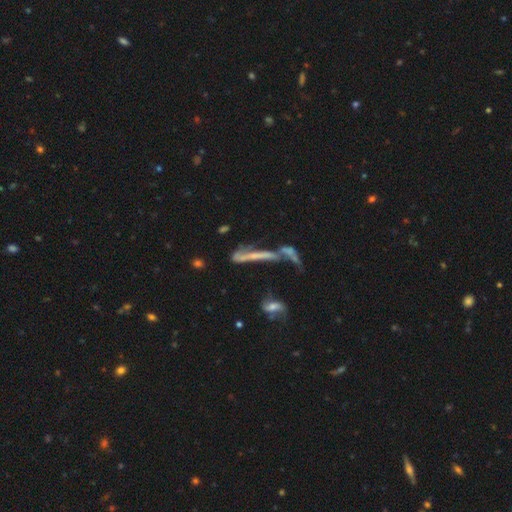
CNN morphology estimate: type=featured or disk (55%); edge-on=no (51%); merging=merger (42%).